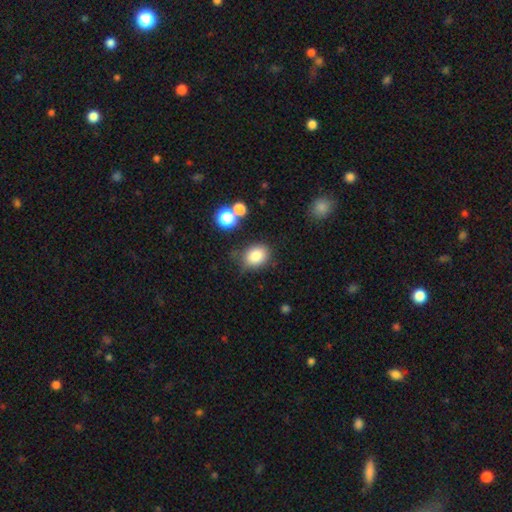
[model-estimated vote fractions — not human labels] Smooth or featured? smooth (83%)
How rounded? in between (63%)
Merging? none (70%)